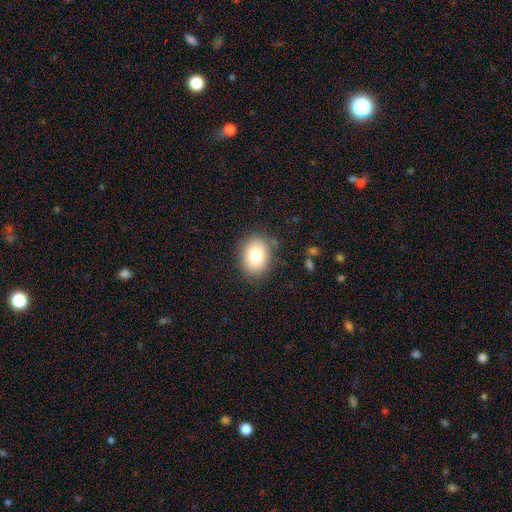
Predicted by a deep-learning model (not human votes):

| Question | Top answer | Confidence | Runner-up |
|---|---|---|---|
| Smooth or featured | smooth | 78% | featured or disk (13%) |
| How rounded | in between | 65% | round (34%) |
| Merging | none | 82% | minor disturbance (12%) |